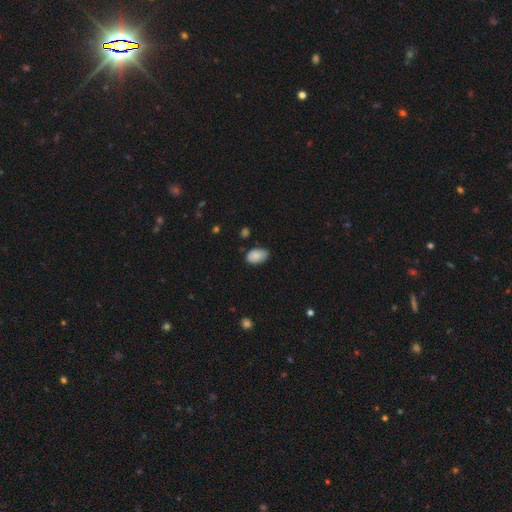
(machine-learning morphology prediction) smooth 86%, star or artifact 7%, featured or disk 7%. Down the decision tree: how rounded — in between (89%); merging — none (67%).